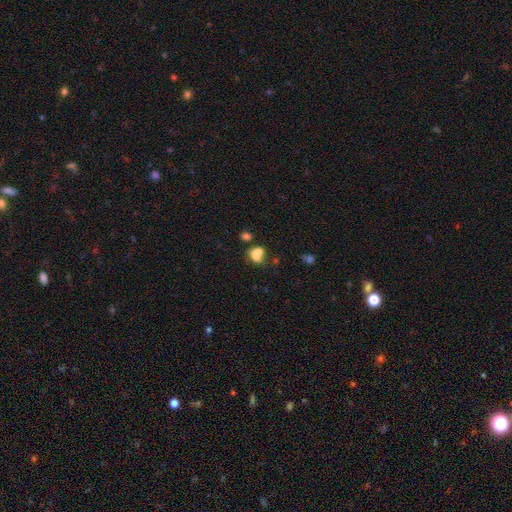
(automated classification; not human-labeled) This is likely a smooth galaxy (72%). How rounded: possibly in between (58%). Merging: possibly merger (54%).